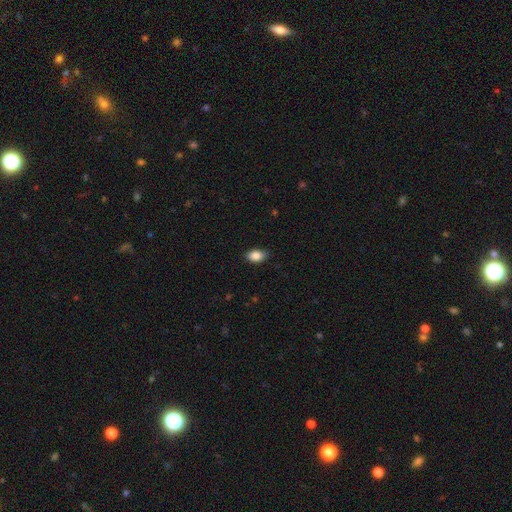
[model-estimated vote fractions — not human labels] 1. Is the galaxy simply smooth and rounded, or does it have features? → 86% smooth, 8% star or artifact, 6% featured or disk.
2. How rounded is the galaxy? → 89% in between, 9% round, 2% cigar-shaped.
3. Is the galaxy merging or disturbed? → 82% none, 15% minor disturbance, 2% major disturbance, 1% merger.